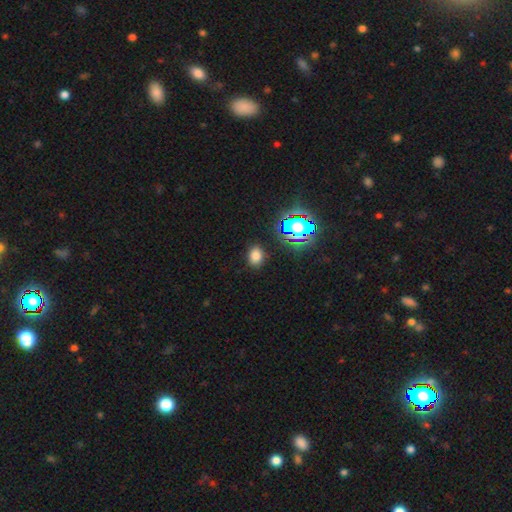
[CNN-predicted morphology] Smooth or featured? Predicted: smooth (p=0.74). How rounded? Predicted: in between (p=0.64). Merging? Predicted: none (p=0.85).